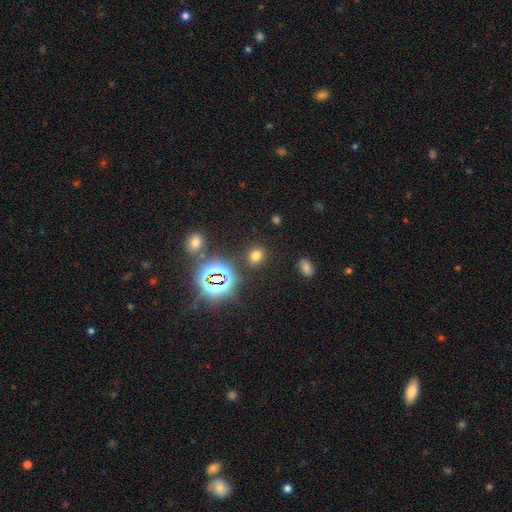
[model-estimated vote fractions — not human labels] Overall: smooth (65%; star or artifact 28%). How rounded: round (55%; in between 44%). Merging: none (85%).